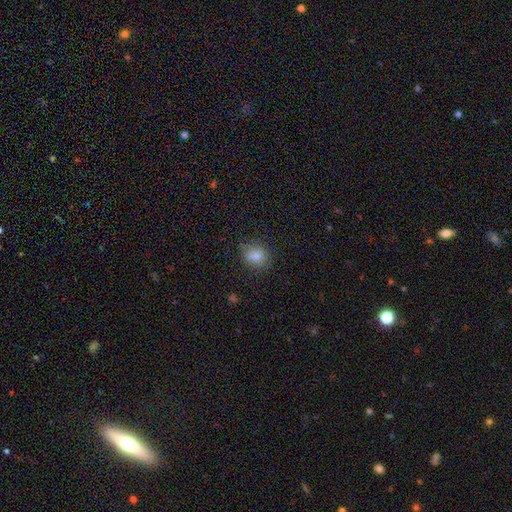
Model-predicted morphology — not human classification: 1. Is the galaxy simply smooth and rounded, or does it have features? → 83% smooth, 11% star or artifact, 7% featured or disk.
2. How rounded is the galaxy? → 67% round, 32% in between, 1% cigar-shaped.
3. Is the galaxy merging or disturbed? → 79% none, 15% minor disturbance, 4% major disturbance, 1% merger.